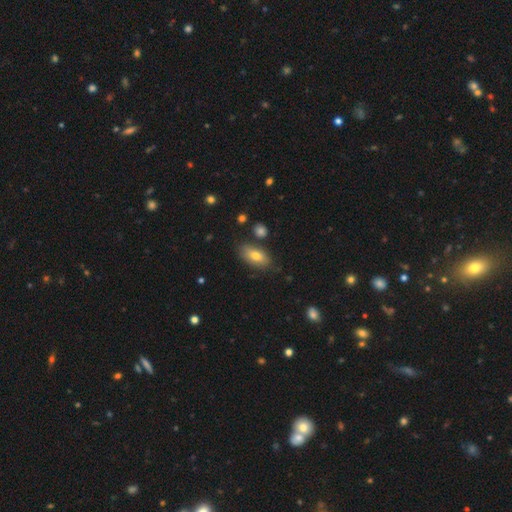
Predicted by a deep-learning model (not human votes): A smooth galaxy with no disk features (73%) that is in between round and cigar-shaped (88%). Merging: none (76%).